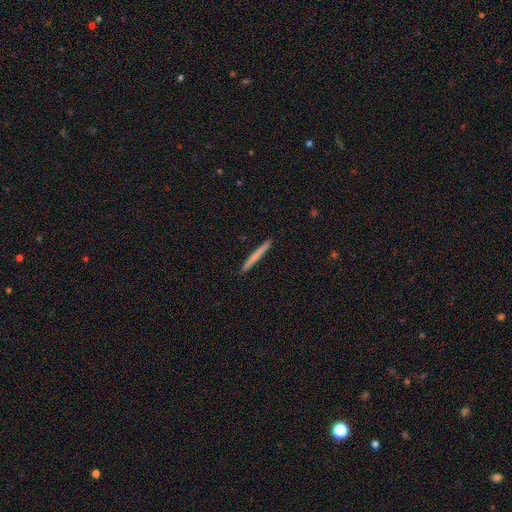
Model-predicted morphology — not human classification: Overall: smooth (67%; featured or disk 28%). How rounded: cigar-shaped (97%). Merging: none (93%).